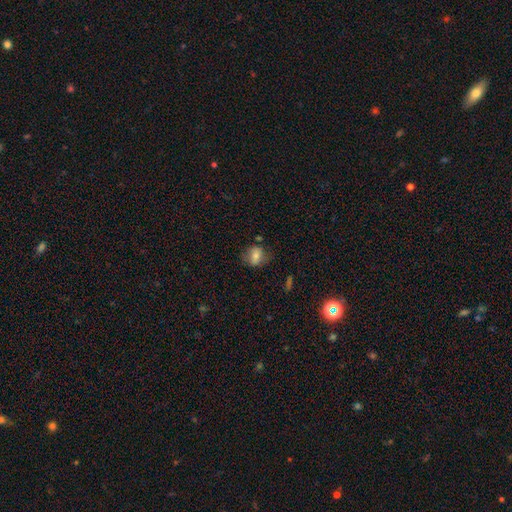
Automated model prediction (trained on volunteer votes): A smooth galaxy with no disk features (72%) that is in between round and cigar-shaped (50%). Merging: none (68%).